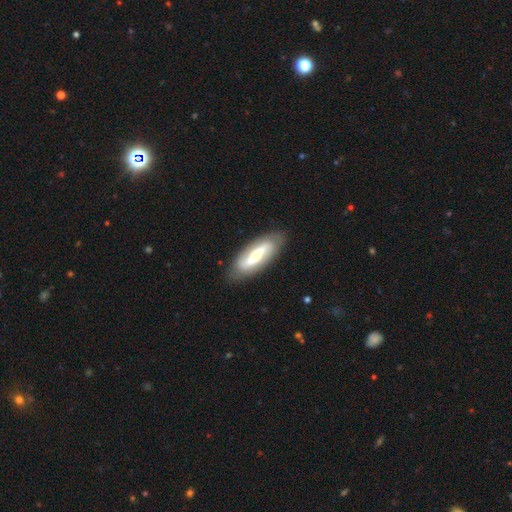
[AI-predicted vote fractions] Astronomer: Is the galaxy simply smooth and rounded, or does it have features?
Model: featured or disk — 65%.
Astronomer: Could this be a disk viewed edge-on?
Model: no — 79%.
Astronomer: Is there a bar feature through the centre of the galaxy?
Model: strong — 52% (runner-up: weak, 27%).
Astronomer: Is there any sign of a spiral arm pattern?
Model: yes — 65%.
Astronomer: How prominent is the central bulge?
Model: moderate — 59%.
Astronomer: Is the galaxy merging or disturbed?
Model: none — 84%.